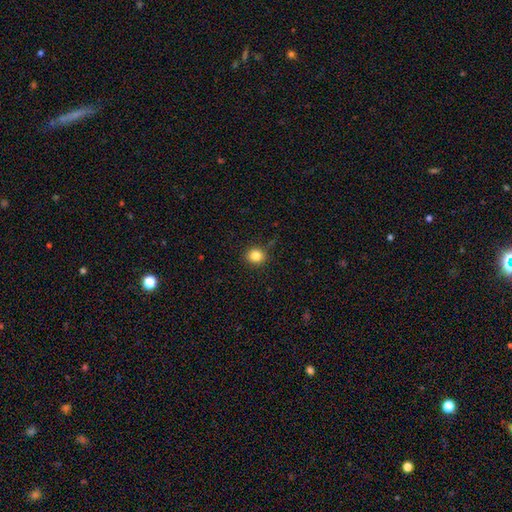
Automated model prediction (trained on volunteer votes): A smooth galaxy with no disk features (84%) that is round (84%).

Vote fractions:
- Smooth or featured? smooth: 84% / star or artifact: 11% / featured or disk: 5%
- How rounded? round: 84% / in between: 15% / cigar-shaped: 1%
- Merging? none: 88% / minor disturbance: 9% / major disturbance: 2% / merger: 1%